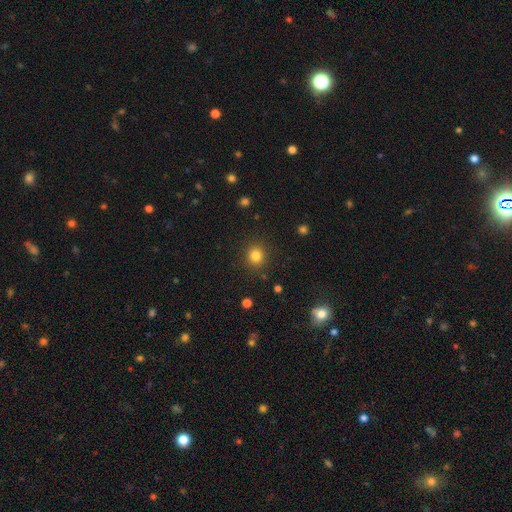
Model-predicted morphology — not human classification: The model was most divided on "smooth or featured": smooth: 82%, star or artifact: 13%, featured or disk: 5%. More confident: merging — none (89%); how rounded — round (88%).